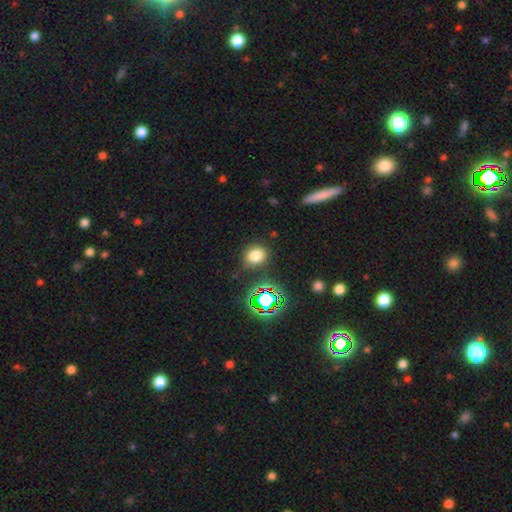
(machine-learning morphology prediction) Smooth or featured? smooth (73%)
How rounded? round (60%)
Merging? none (78%)